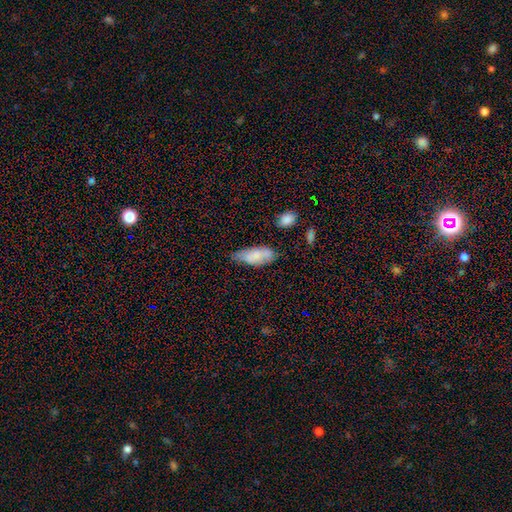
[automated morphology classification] Smooth or featured: smooth — 76% (featured or disk — 17%)
How rounded: in between — 85% (cigar-shaped — 13%)
Merging: none — 49% (minor disturbance — 36%)